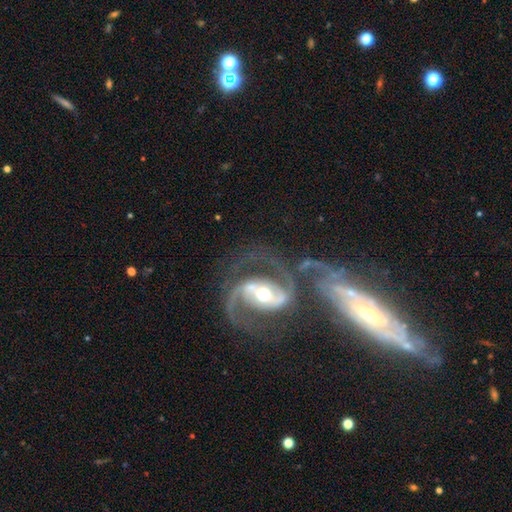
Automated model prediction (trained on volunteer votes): The model was most divided on "bar": weak: 35%, no: 33%, strong: 32%. Remaining: spiral arms — yes (94%); edge-on disk — no (91%); smooth or featured — featured or disk (87%); spiral arm count — 2 (80%); bulge size — moderate (57%); spiral winding — medium (48%); merging — merger (43%).